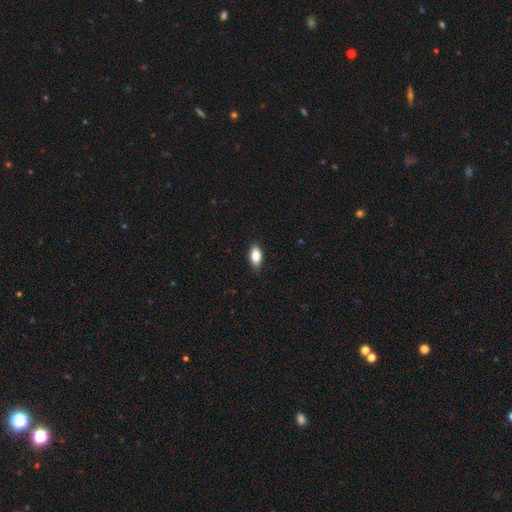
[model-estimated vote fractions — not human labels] Smooth or featured? Predicted: smooth (p=0.82). How rounded? Predicted: in between (p=0.87). Merging? Predicted: none (p=0.81).